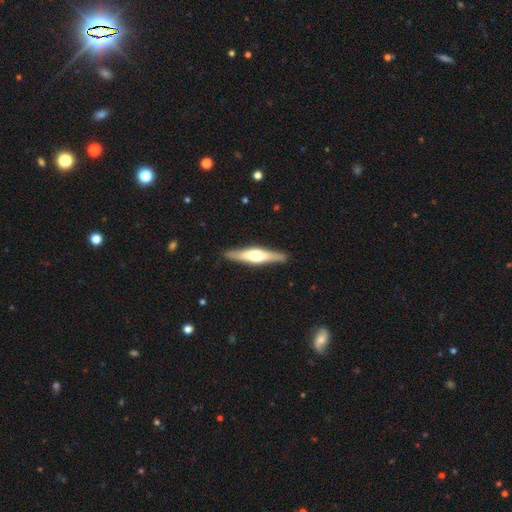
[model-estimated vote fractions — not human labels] Overall: featured or disk (64%; smooth 31%). Edge-on disk: yes (95%). Edge-on bulge: rounded (84%). Merging: none (89%).